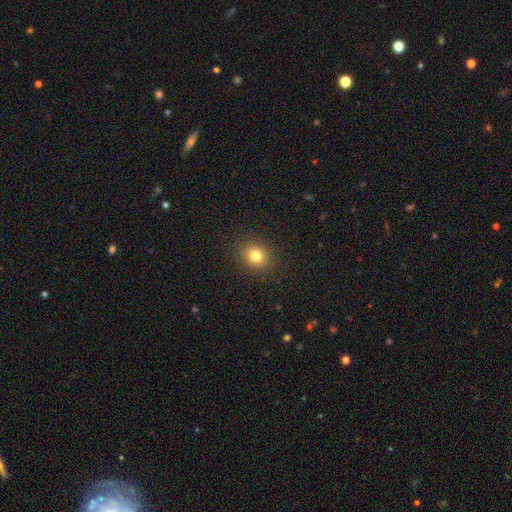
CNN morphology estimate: Smooth or featured: smooth — 80% (star or artifact — 13%)
How rounded: round — 71% (in between — 28%)
Merging: none — 89% (minor disturbance — 7%)